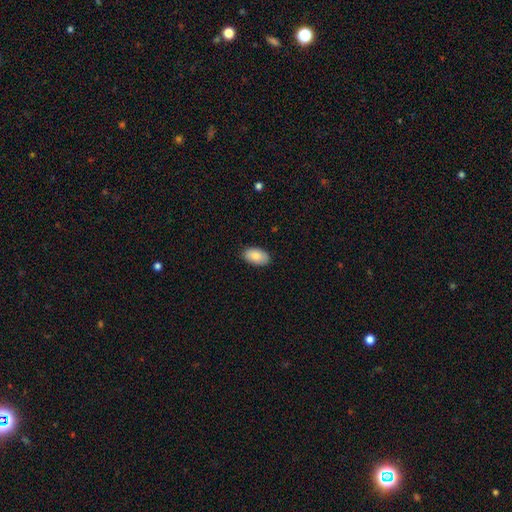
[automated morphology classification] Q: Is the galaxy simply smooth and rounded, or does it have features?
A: smooth — 86%.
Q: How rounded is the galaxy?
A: in between — 94%.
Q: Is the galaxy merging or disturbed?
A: none — 86%.